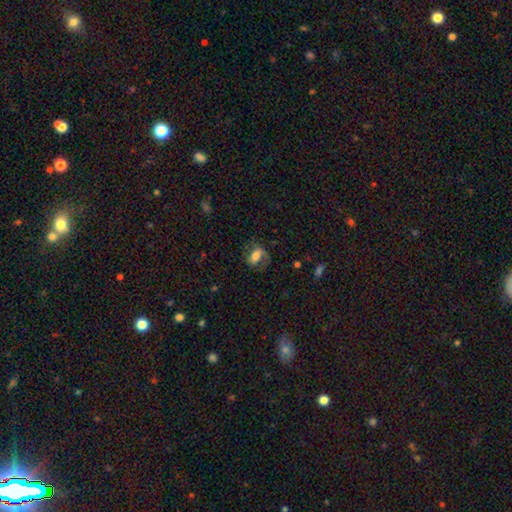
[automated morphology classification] This is possibly a smooth galaxy (54%). How rounded: likely in between (80%). Merging: possibly none (55%).